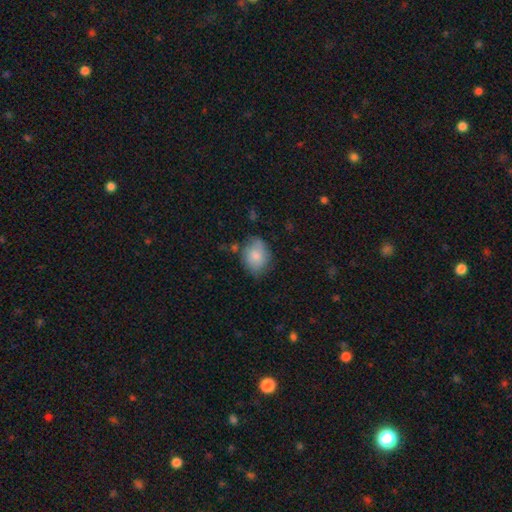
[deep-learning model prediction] Q: Smooth or featured?
A: smooth (81%); runner-up: featured or disk (12%)
Q: How rounded?
A: in between (61%); runner-up: round (38%)
Q: Merging?
A: none (64%); runner-up: minor disturbance (26%)